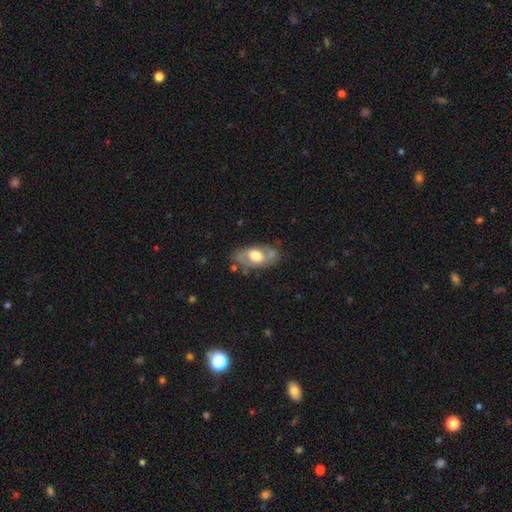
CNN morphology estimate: smooth_or_featured: featured or disk (p=0.58) [alt: smooth p=0.37]
disk_edge_on: no (p=0.88) [alt: yes p=0.12]
bar: no (p=0.72) [alt: weak p=0.21]
has_spiral_arms: no (p=0.60) [alt: yes p=0.40]
bulge_size: moderate (p=0.46) [tied with: large p=0.46]
merging: none (p=0.66) [alt: minor disturbance p=0.22]